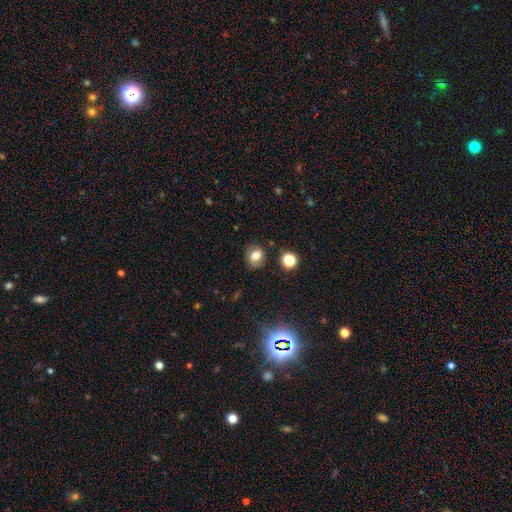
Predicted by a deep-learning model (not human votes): The model was most divided on "how rounded": round: 63%, in between: 36%, cigar-shaped: 1%. More confident: smooth or featured — smooth (74%); merging — none (73%).